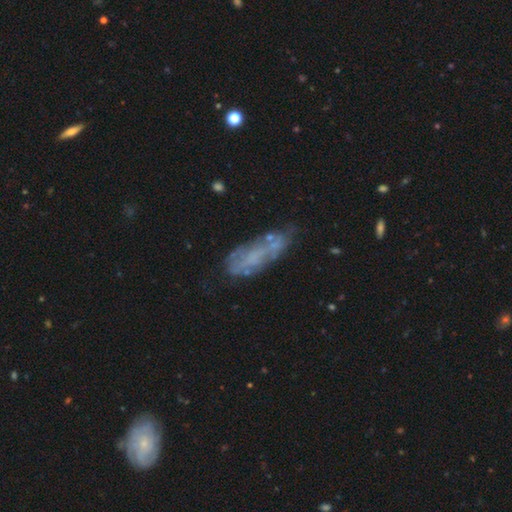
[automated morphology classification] smooth_or_featured: featured or disk (p=0.53) [alt: smooth p=0.35]
disk_edge_on: no (p=0.84) [alt: yes p=0.16]
merging: none (p=0.57) [alt: minor disturbance p=0.23]